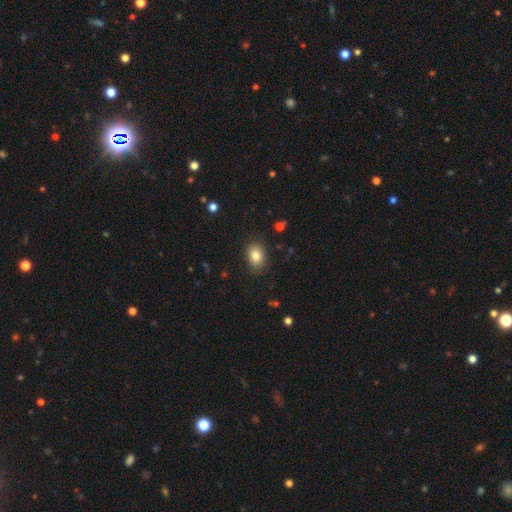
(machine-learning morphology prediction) Smooth or featured? Predicted: smooth (p=0.84). How rounded? Predicted: in between (p=0.79). Merging? Predicted: none (p=0.85).